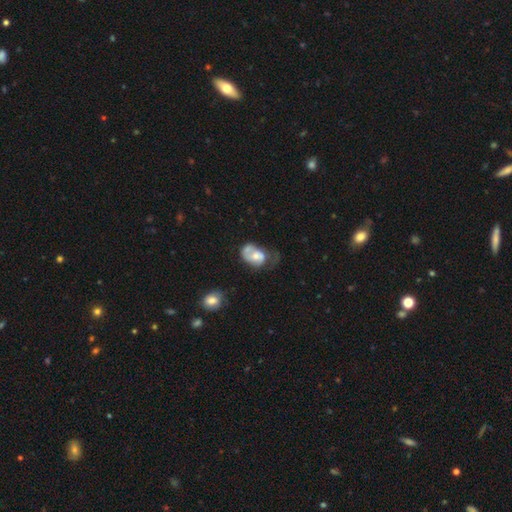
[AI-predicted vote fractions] Smooth or featured? Predicted: smooth (p=0.49). Merging? Predicted: major disturbance (p=0.31).